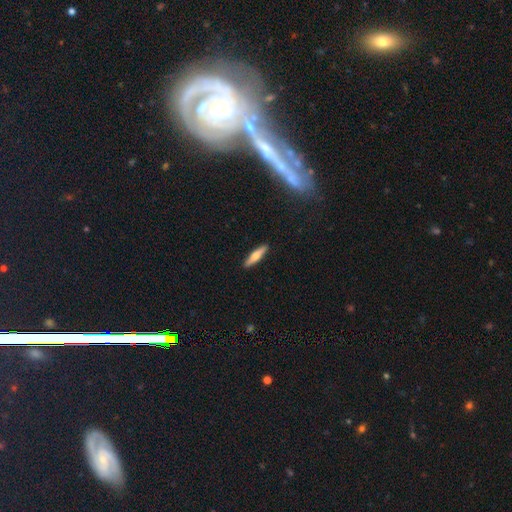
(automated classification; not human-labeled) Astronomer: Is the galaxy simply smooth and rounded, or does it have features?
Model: smooth — 55% (runner-up: featured or disk, 40%).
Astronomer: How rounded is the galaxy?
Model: cigar-shaped — 82%.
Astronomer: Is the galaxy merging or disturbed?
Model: none — 91%.